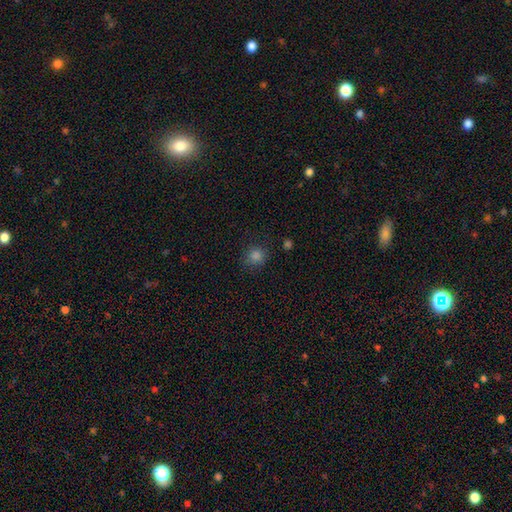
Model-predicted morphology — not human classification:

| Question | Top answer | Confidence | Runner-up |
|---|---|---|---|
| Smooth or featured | smooth | 79% | star or artifact (17%) |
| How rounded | round | 90% | in between (9%) |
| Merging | none | 85% | minor disturbance (10%) |